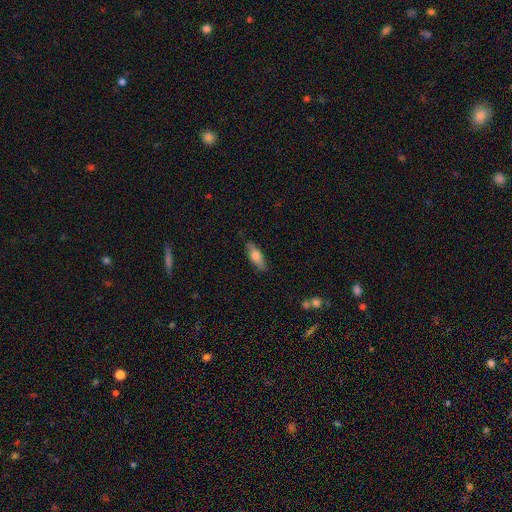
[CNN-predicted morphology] This is likely a smooth galaxy (66%). How rounded: possibly in between (57%). Merging: clearly none (83%).